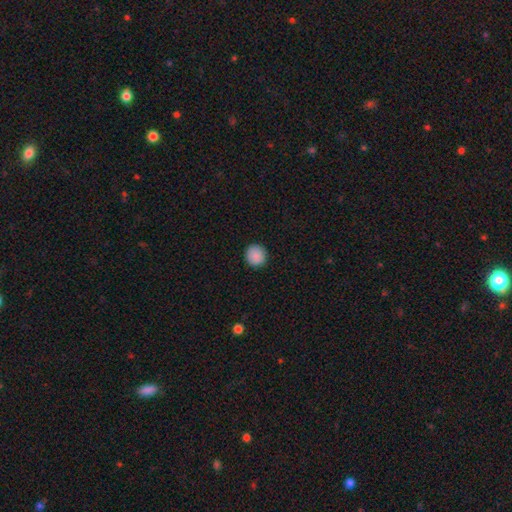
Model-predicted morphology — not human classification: Smooth or featured? smooth (89%)
How rounded? round (94%)
Merging? none (92%)